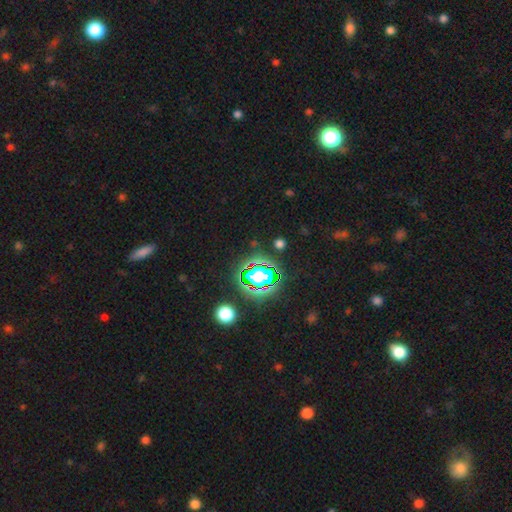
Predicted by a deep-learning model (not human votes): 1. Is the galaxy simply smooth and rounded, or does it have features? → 79% star or artifact, 13% smooth, 7% featured or disk.